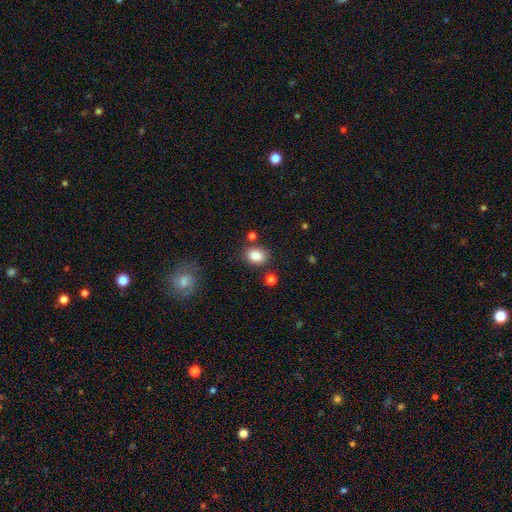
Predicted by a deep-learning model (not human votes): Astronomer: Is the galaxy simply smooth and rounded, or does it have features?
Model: smooth — 85%.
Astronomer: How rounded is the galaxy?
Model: in between — 58% (runner-up: round, 41%).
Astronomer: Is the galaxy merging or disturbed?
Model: none — 78%.